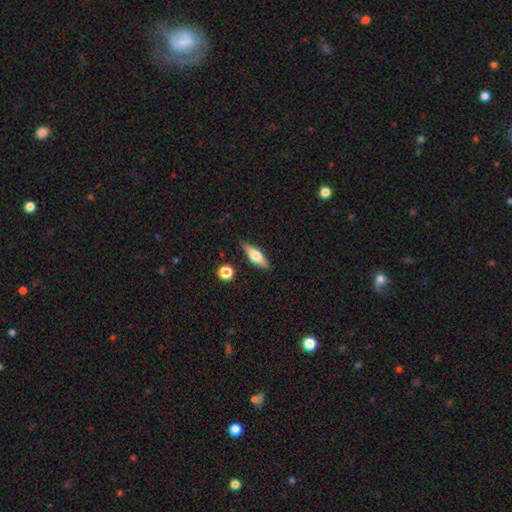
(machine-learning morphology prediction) Overall: smooth (54%; featured or disk 39%). How rounded: in between (53%; cigar-shaped 43%). Merging: none (85%).